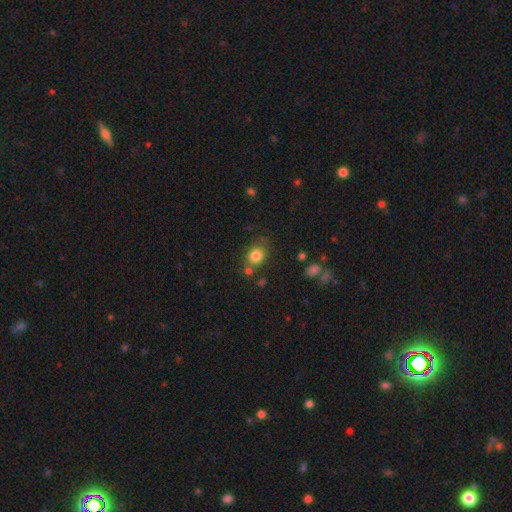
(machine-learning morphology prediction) A smooth galaxy with no disk features (82%) that is round (62%).

Vote fractions:
- Smooth or featured? smooth: 82% / star or artifact: 11% / featured or disk: 7%
- How rounded? round: 62% / in between: 37% / cigar-shaped: 1%
- Merging? none: 68% / minor disturbance: 16% / merger: 10% / major disturbance: 6%